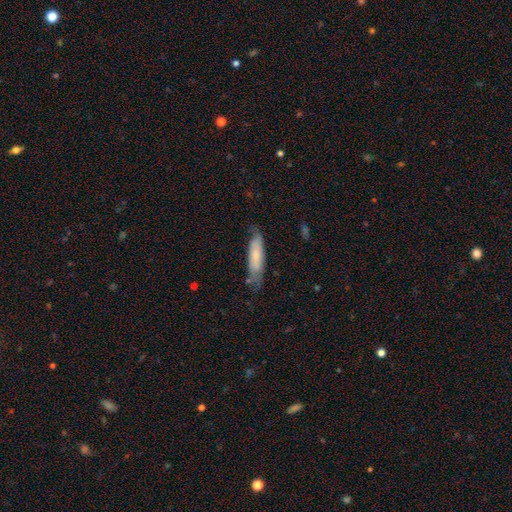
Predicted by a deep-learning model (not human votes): smooth 71%, featured or disk 23%, star or artifact 6%. Down the decision tree: how rounded — cigar-shaped (67%); merging — none (64%).